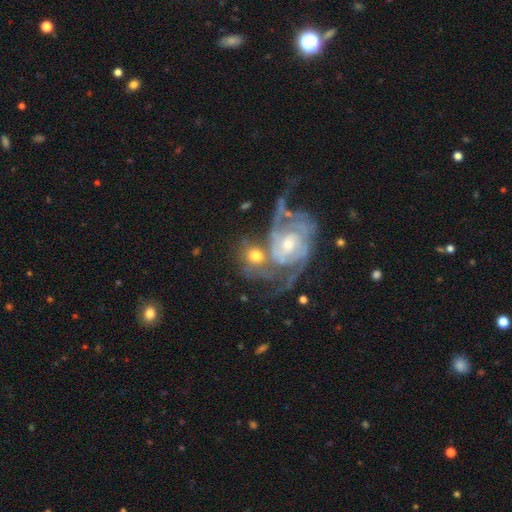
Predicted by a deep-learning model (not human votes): The model was most divided on "merging": merger: 44%, none: 32%, minor disturbance: 13%, major disturbance: 11%. More confident: edge-on disk — no (95%); spiral arms — yes (87%); bar — no (61%); smooth or featured — featured or disk (60%); bulge size — moderate (52%).